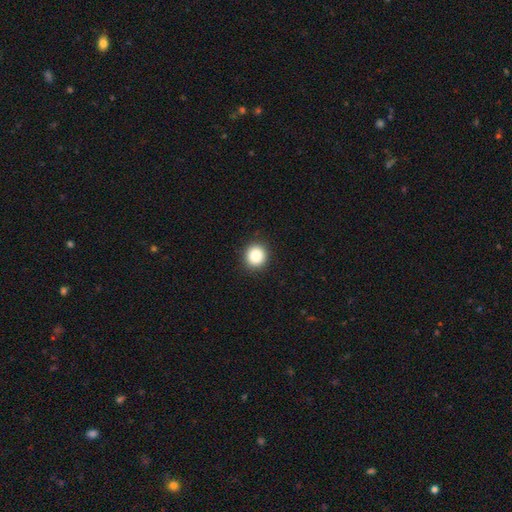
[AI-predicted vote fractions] Smooth or featured? smooth (86%)
How rounded? round (92%)
Merging? none (92%)